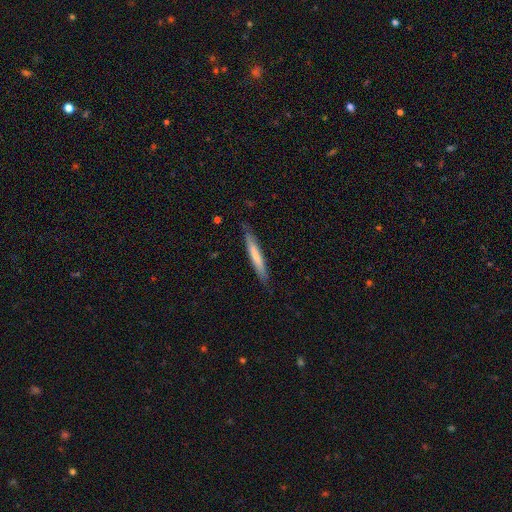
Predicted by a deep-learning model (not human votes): smooth 66%, featured or disk 29%, star or artifact 5%. Down the decision tree: how rounded — cigar-shaped (95%); merging — none (86%).